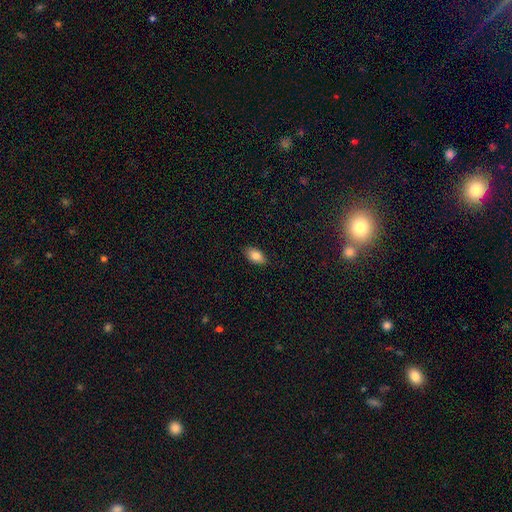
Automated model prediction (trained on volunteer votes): Smooth or featured? smooth (84%)
How rounded? in between (92%)
Merging? none (87%)